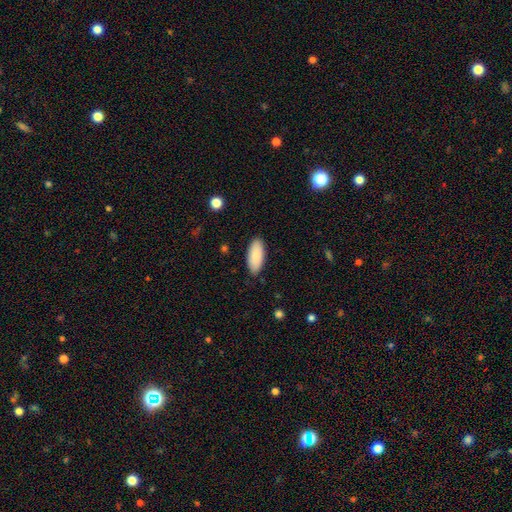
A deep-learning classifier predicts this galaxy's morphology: Smooth or featured?
  - smooth: 88% *
  - featured or disk: 6%
  - star or artifact: 6%
How rounded?
  - in between: 86% *
  - cigar-shaped: 12%
  - round: 2%
Merging?
  - none: 87% *
  - minor disturbance: 10%
  - major disturbance: 2%
  - merger: 1%